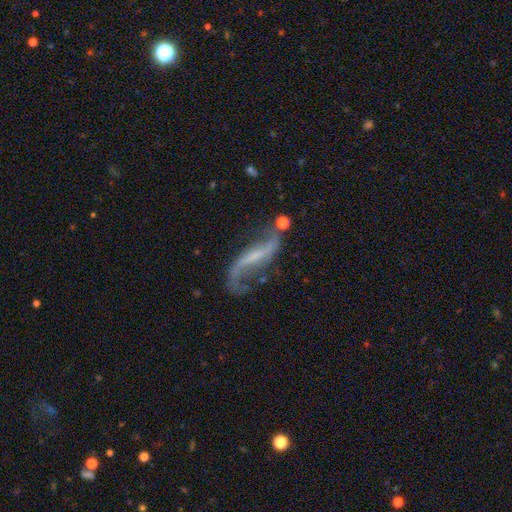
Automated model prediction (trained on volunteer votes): A featured or disk galaxy (78%) with a weak bar (36%), 2 (77%) loose (81%) spiral arms (89%) and a small central bulge (53%). Merging: none (50%).